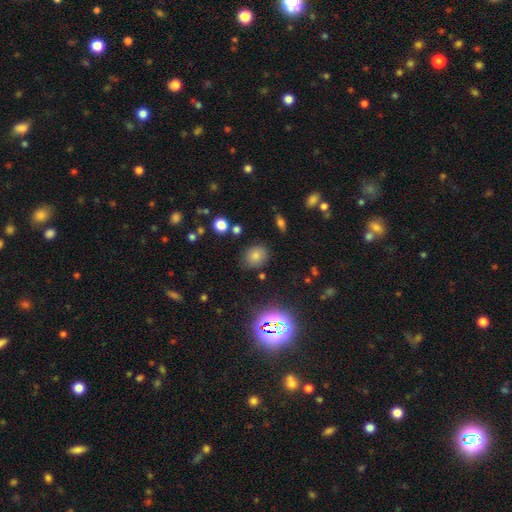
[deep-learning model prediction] Q: Smooth or featured?
A: smooth (73%); runner-up: star or artifact (19%)
Q: How rounded?
A: round (58%); runner-up: in between (41%)
Q: Merging?
A: none (81%); runner-up: minor disturbance (12%)